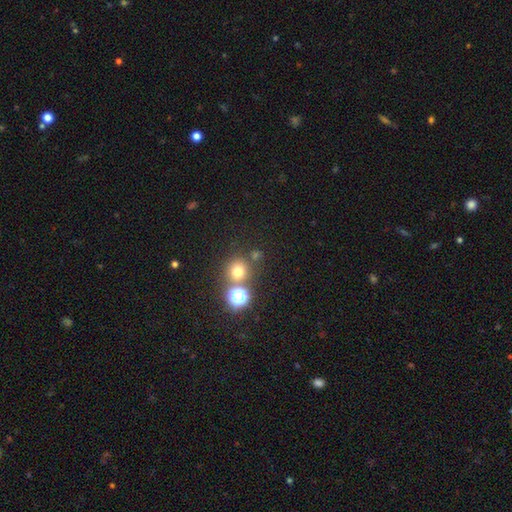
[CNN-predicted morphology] smooth 59%, star or artifact 33%, featured or disk 8%. Down the decision tree: how rounded — round (90%); merging — none (71%).